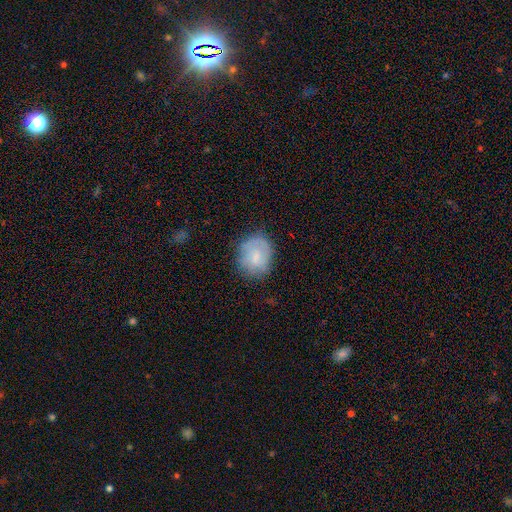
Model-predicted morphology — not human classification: Q: Smooth or featured?
A: smooth (64%); runner-up: featured or disk (29%)
Q: How rounded?
A: round (56%); runner-up: in between (43%)
Q: Merging?
A: none (68%); runner-up: minor disturbance (23%)